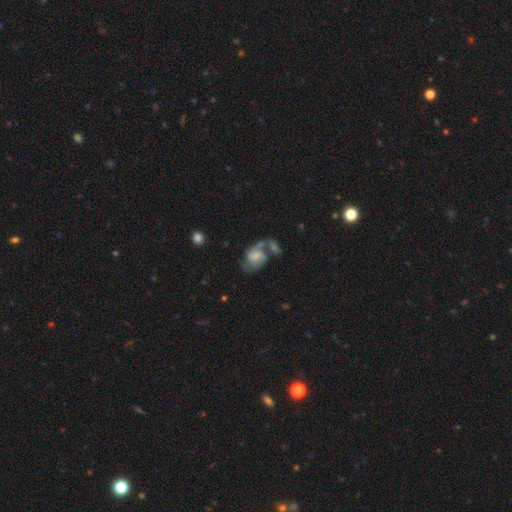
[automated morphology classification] smooth-or-featured: featured or disk: 65% | smooth: 27% | star or artifact: 9%
  disk-edge-on: no: 97% | yes: 3%
    bar: no: 46% | weak: 42% | strong: 12%
    has-spiral-arms: yes: 83% | no: 17%
      spiral-winding: medium: 42% (tied) | loose: 42% (tied) | tight: 16%
      spiral-arm-count: 2: 59% | 1: 27% | can't tell: 10% | 3: 2% | 4: 1% | more than 4: 1%
    bulge-size: none: 33% | small: 29% | moderate: 25% | large: 11% | dominant: 2%
  merging: merger: 31% | major disturbance: 27% | none: 26% | minor disturbance: 16%